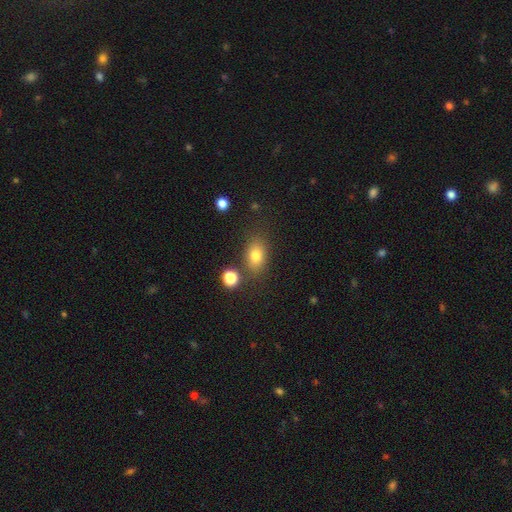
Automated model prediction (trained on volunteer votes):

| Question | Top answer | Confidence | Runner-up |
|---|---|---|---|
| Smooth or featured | smooth | 78% | star or artifact (11%) |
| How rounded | in between | 79% | round (18%) |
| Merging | none | 77% | minor disturbance (13%) |